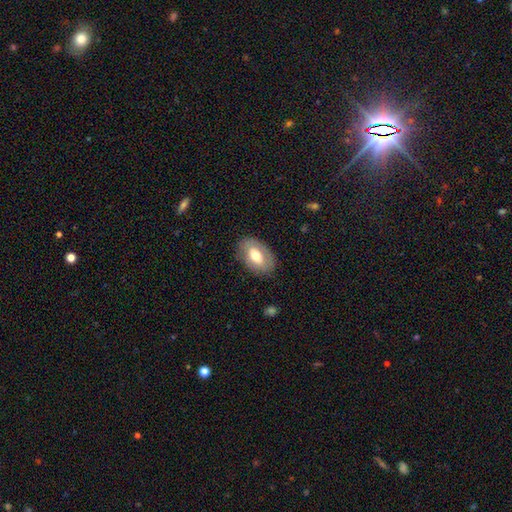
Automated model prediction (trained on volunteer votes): Smooth or featured: smooth — 55% (featured or disk — 39%)
How rounded: in between — 89% (round — 10%)
Merging: none — 79% (minor disturbance — 15%)